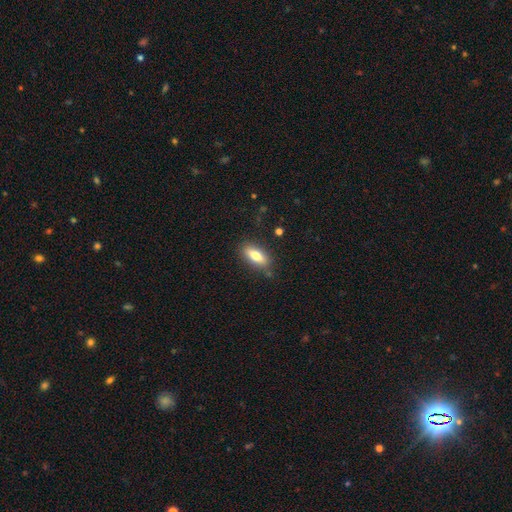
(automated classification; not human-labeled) smooth-or-featured: smooth: 75% | featured or disk: 18% | star or artifact: 7%
  how-rounded: in between: 77% | cigar-shaped: 20% | round: 3%
  merging: none: 82% | minor disturbance: 13% | major disturbance: 3% | merger: 2%